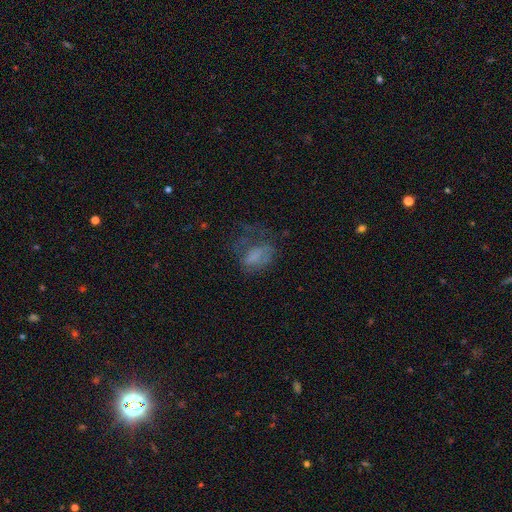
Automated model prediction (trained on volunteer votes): Morphology: type=smooth (52%); roundness=in between (78%); merging=major disturbance (49%).